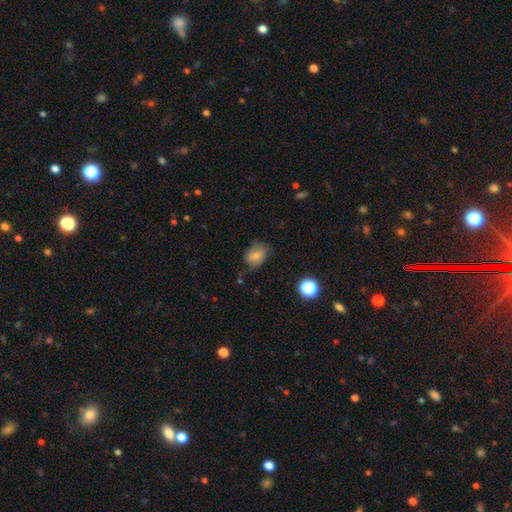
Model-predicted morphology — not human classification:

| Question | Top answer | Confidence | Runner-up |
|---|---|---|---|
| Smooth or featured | smooth | 80% | star or artifact (10%) |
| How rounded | in between | 67% | round (32%) |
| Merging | none | 61% | minor disturbance (28%) |